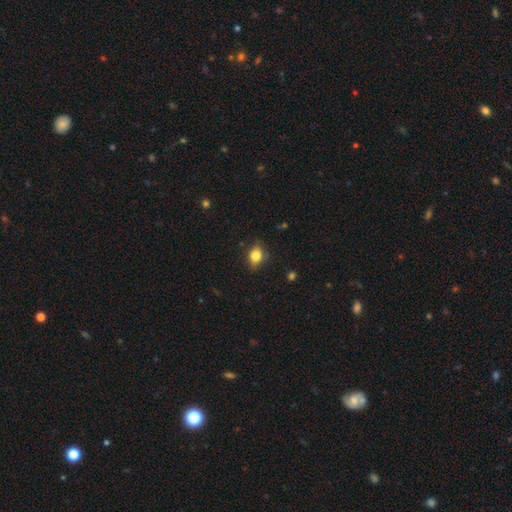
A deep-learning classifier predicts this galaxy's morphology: smooth_or_featured: smooth (p=0.81) [alt: star or artifact p=0.10]
how_rounded: in between (p=0.63) [alt: round p=0.35]
merging: none (p=0.72) [alt: minor disturbance p=0.22]